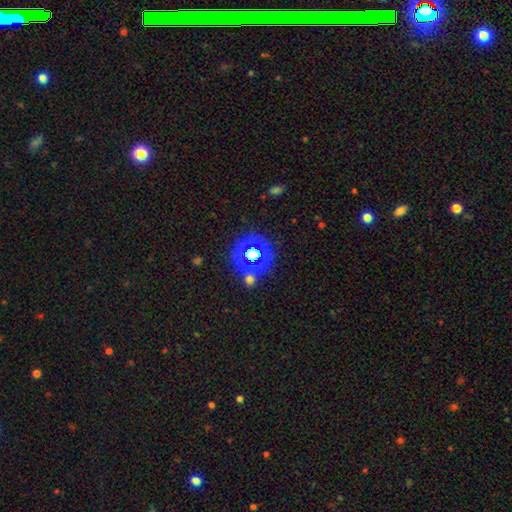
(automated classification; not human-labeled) smooth-or-featured: star or artifact: 54% | smooth: 39% | featured or disk: 7%